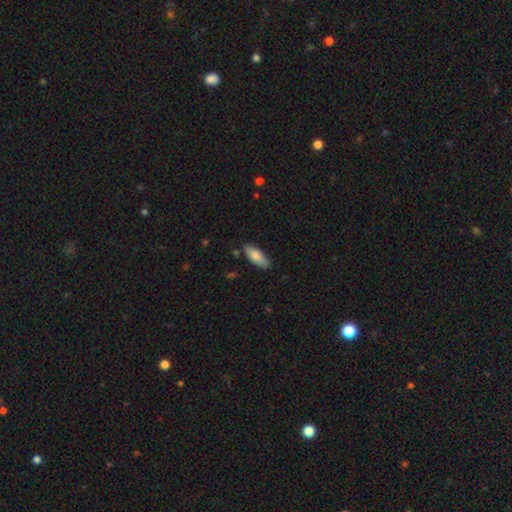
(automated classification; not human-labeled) smooth 82%, featured or disk 12%, star or artifact 6%. Down the decision tree: how rounded — in between (74%); merging — none (82%).